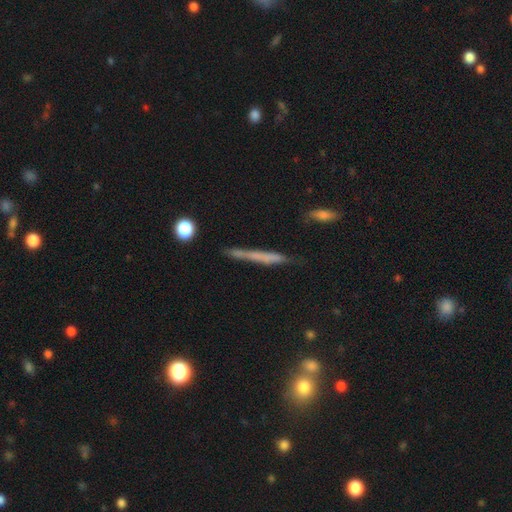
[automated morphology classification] Overall: smooth (53%; featured or disk 38%). How rounded: cigar-shaped (94%). Merging: none (75%).